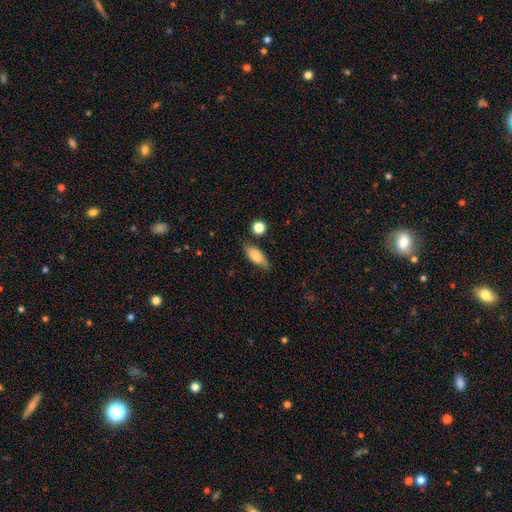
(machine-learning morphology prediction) The model was most divided on "merging": none: 71%, minor disturbance: 20%, major disturbance: 5%, merger: 4%. More confident: how rounded — in between (79%); smooth or featured — smooth (72%).